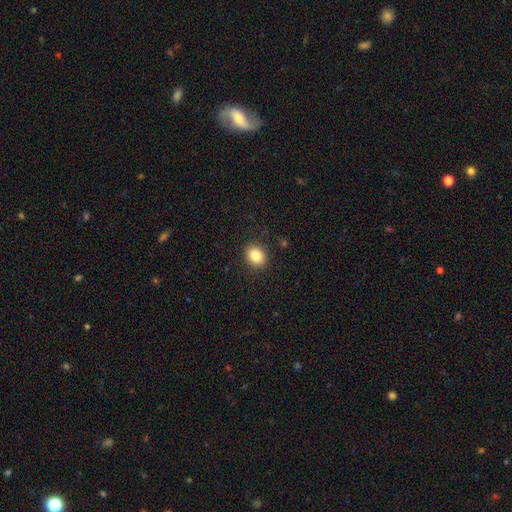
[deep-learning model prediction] Q: Smooth or featured?
A: smooth (83%); runner-up: star or artifact (10%)
Q: How rounded?
A: round (59%); runner-up: in between (40%)
Q: Merging?
A: none (90%); runner-up: minor disturbance (7%)